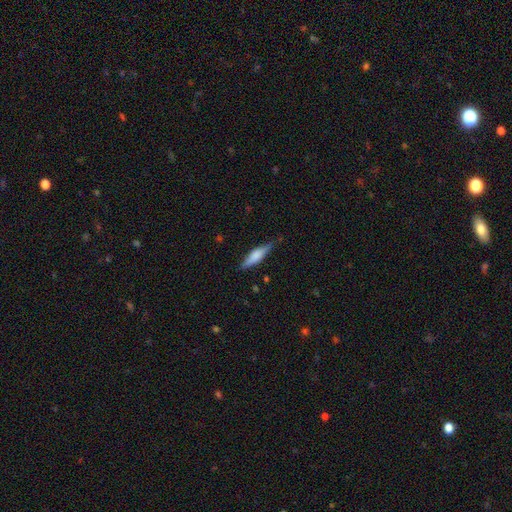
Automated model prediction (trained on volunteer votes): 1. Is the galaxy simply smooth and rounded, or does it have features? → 62% smooth, 32% featured or disk, 6% star or artifact.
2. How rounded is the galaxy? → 66% cigar-shaped, 32% in between, 2% round.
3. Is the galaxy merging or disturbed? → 79% none, 16% minor disturbance, 3% major disturbance, 2% merger.